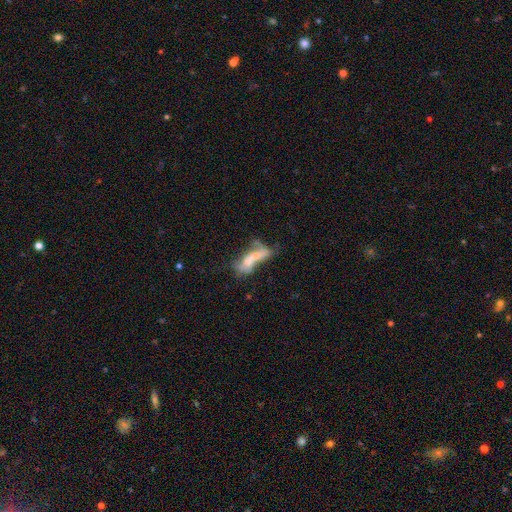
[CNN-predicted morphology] Smooth or featured? smooth (46%)
Merging? merger (40%)